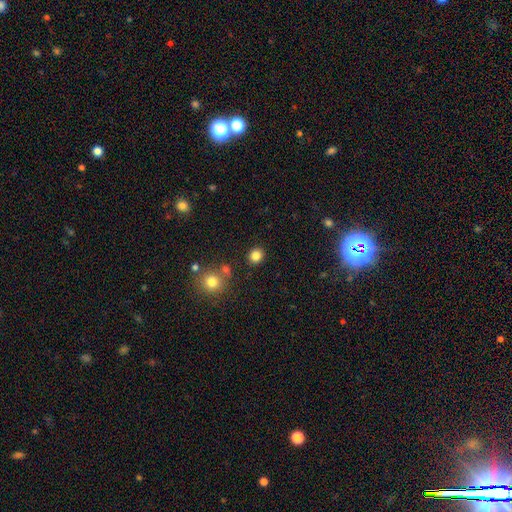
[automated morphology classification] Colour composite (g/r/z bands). It shows a smooth galaxy with no disk features (83%) that is round (77%). Merging: none (86%).